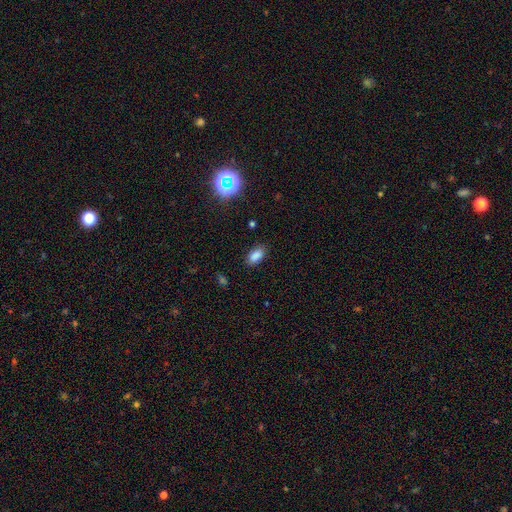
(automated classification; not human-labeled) smooth_or_featured: smooth (p=0.83) [alt: star or artifact p=0.13]
how_rounded: in between (p=0.91) [alt: round p=0.05]
merging: none (p=0.85) [alt: minor disturbance p=0.11]